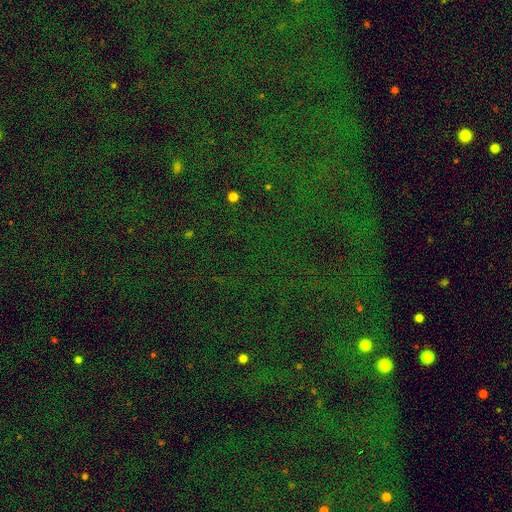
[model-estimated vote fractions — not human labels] This appears to be a star or artifact, not a galaxy (82%).